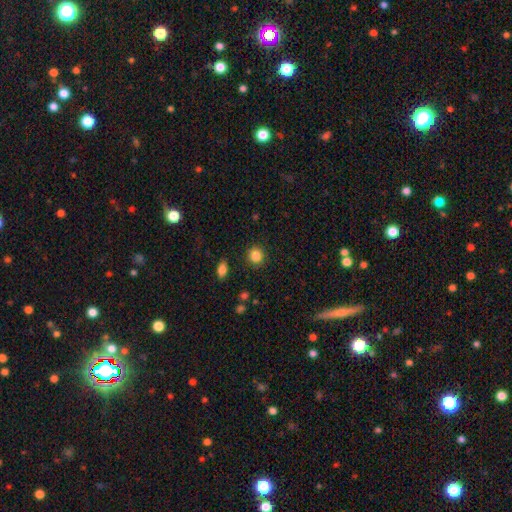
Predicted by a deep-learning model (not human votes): The model was most divided on "smooth or featured": smooth: 85%, star or artifact: 10%, featured or disk: 4%. More confident: merging — none (90%); how rounded — round (88%).